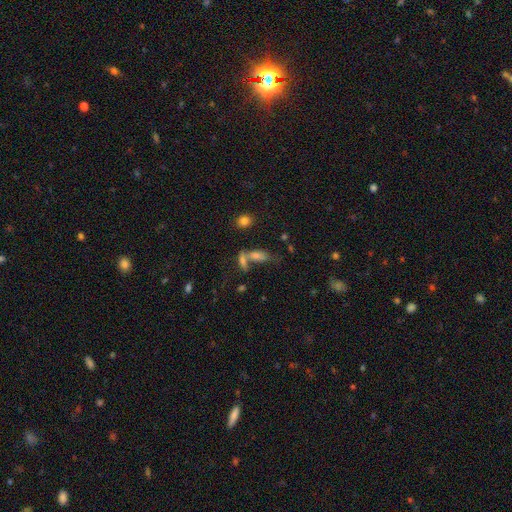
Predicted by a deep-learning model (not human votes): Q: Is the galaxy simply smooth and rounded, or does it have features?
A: smooth — 61%.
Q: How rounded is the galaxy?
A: in between — 64%.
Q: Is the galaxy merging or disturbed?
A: none — 42%.